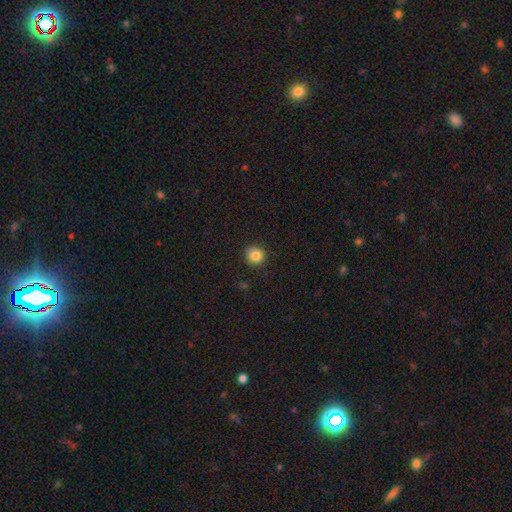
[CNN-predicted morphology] Smooth or featured: smooth — 85% (star or artifact — 11%)
How rounded: round — 89% (in between — 11%)
Merging: none — 87% (minor disturbance — 10%)